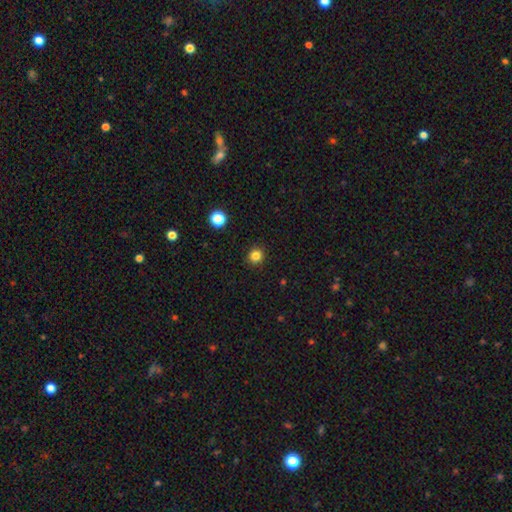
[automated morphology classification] This appears to be a smooth galaxy with no disk features (83%) that is round (88%). Merging: none (91%).